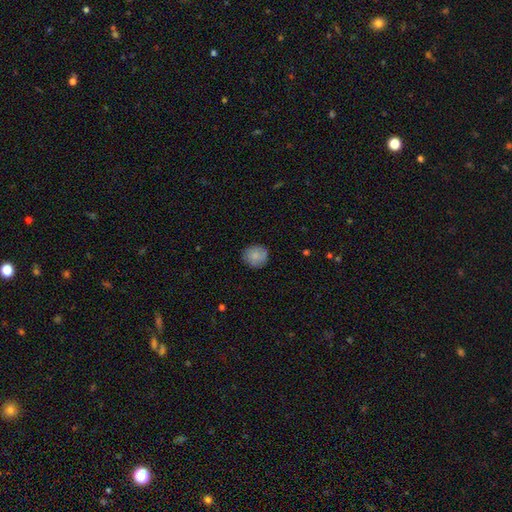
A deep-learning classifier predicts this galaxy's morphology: Smooth or featured?
  - smooth: 82% *
  - featured or disk: 11%
  - star or artifact: 7%
How rounded?
  - round: 86% *
  - in between: 13%
  - cigar-shaped: 1%
Merging?
  - none: 84% *
  - minor disturbance: 13%
  - major disturbance: 3%
  - merger: 1%